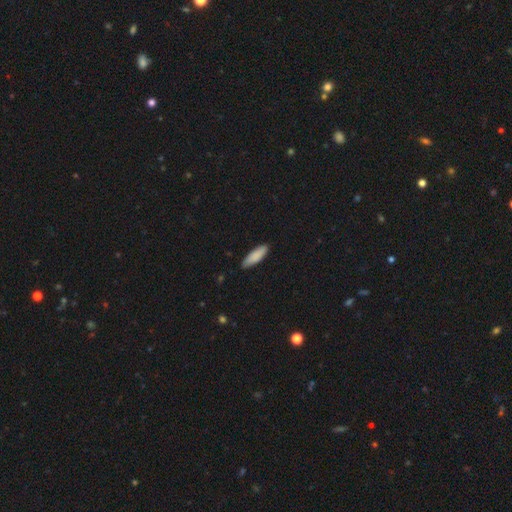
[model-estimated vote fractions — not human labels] smooth_or_featured: smooth (p=0.87) [alt: featured or disk p=0.08]
how_rounded: cigar-shaped (p=0.51) [alt: in between p=0.48]
merging: none (p=0.86) [alt: minor disturbance p=0.11]